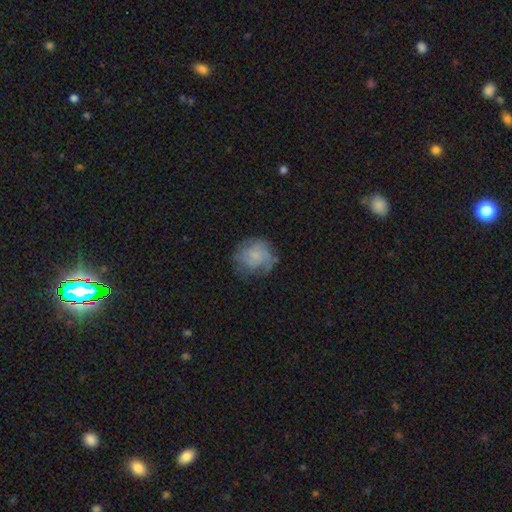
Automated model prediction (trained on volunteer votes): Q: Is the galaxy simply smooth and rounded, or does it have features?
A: smooth — 46%.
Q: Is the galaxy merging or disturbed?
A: none — 61%.